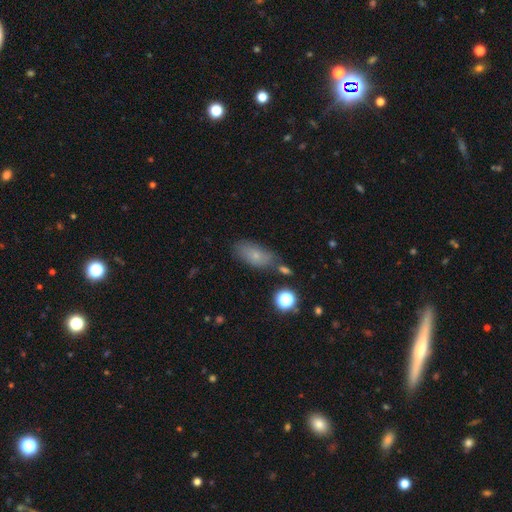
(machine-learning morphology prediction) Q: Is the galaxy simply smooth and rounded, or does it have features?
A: smooth — 73%.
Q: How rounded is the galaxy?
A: in between — 85%.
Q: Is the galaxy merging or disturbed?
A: none — 67%.